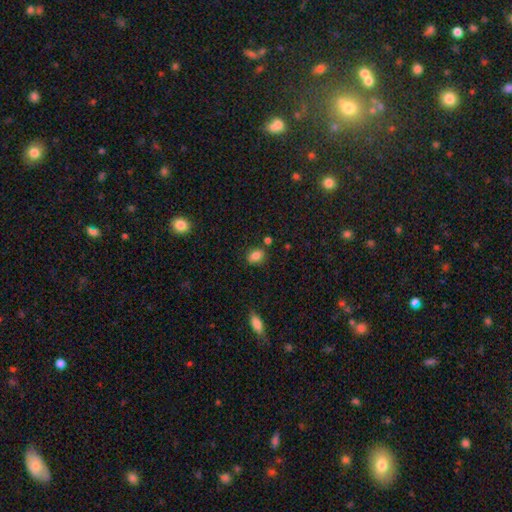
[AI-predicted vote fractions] A smooth galaxy with no disk features (84%) that is in between round and cigar-shaped (73%).

Vote fractions:
- Smooth or featured? smooth: 84% / star or artifact: 10% / featured or disk: 6%
- How rounded? in between: 73% / round: 25% / cigar-shaped: 2%
- Merging? none: 73% / minor disturbance: 16% / merger: 7% / major disturbance: 4%